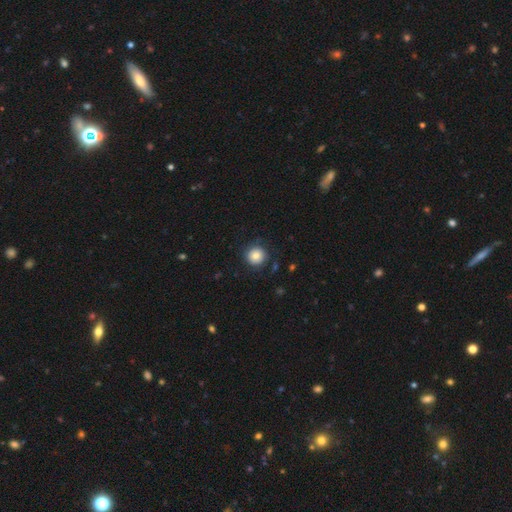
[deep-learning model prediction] A smooth galaxy with no disk features (78%) that is round (94%). Merging: none (82%).